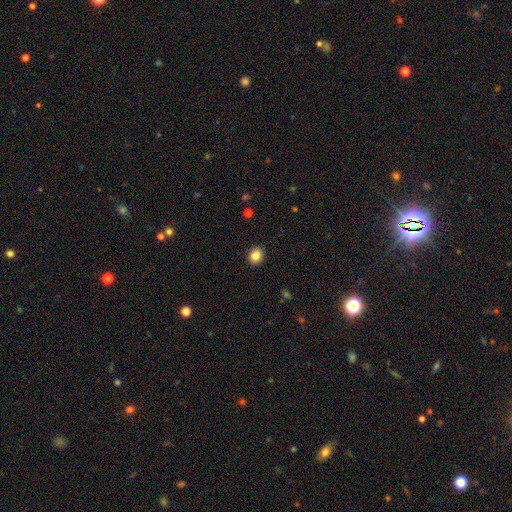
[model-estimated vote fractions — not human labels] A smooth galaxy with no disk features (84%) that is round (73%). Merging: none (92%).